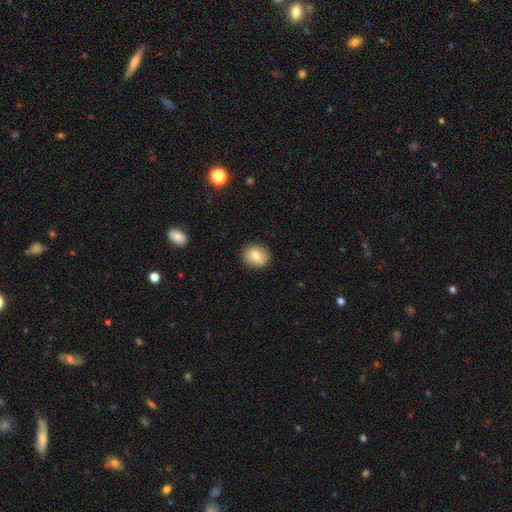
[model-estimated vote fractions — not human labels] A smooth galaxy with no disk features (79%) that is round (76%).

Vote fractions:
- Smooth or featured? smooth: 79% / featured or disk: 13% / star or artifact: 9%
- How rounded? round: 76% / in between: 23% / cigar-shaped: 1%
- Merging? none: 90% / minor disturbance: 7% / major disturbance: 2% / merger: 1%